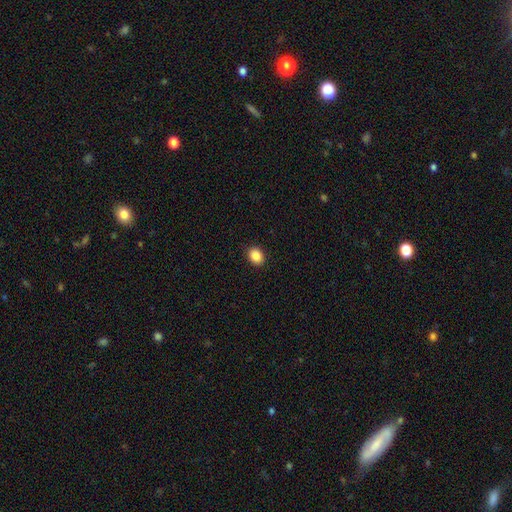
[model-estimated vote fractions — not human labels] A smooth galaxy with no disk features (88%) that is in between round and cigar-shaped (56%). Merging: none (91%).